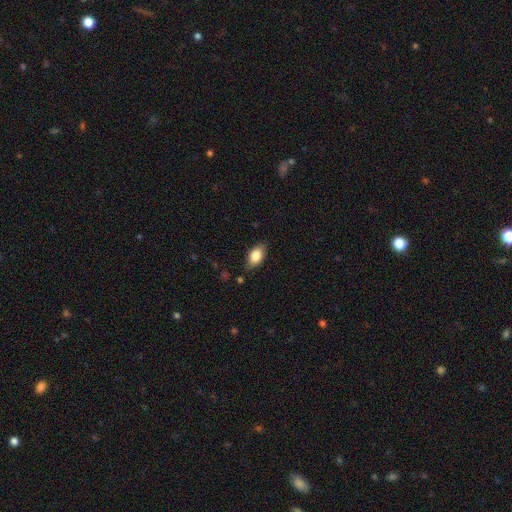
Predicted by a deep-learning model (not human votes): Morphology: type=smooth (83%); roundness=in between (90%); merging=none (80%).